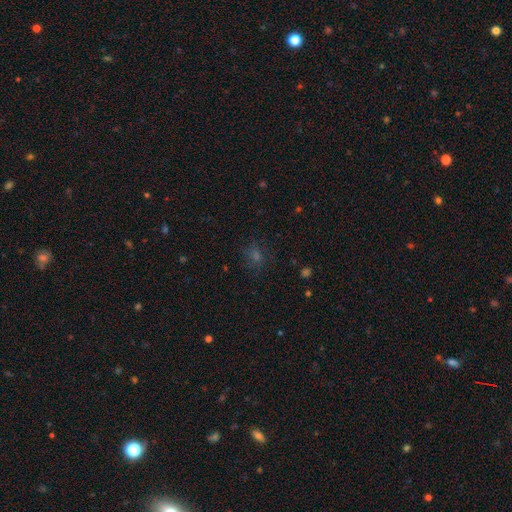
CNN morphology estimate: Smooth or featured? smooth (48%)
Merging? none (84%)